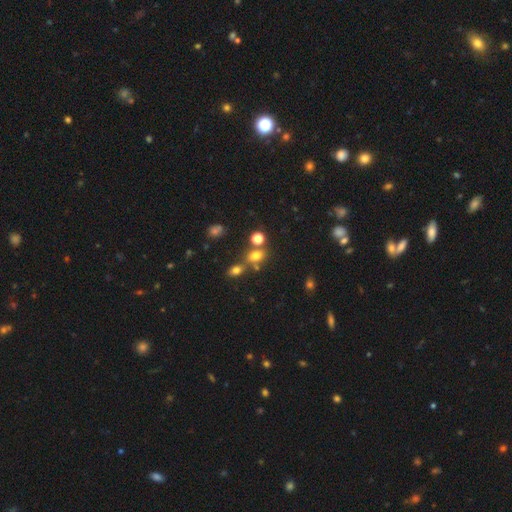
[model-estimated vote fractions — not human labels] smooth 70%, star or artifact 20%, featured or disk 10%. Down the decision tree: how rounded — in between (58%); merging — none (55%).